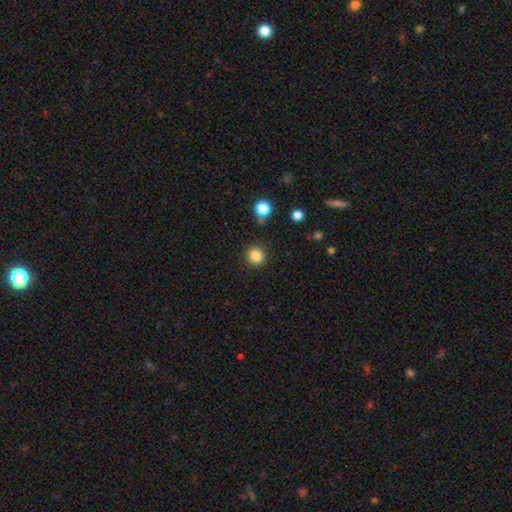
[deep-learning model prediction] This appears to be a smooth galaxy with no disk features (85%) that is round (90%). Merging: none (88%).